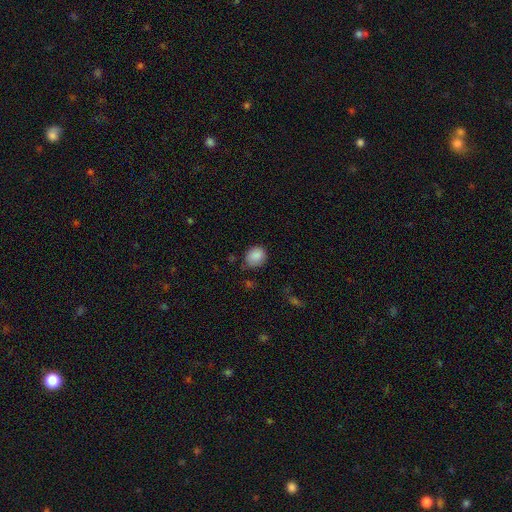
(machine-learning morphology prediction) The model was most divided on "how rounded": round: 63%, in between: 36%, cigar-shaped: 1%. More confident: smooth or featured — smooth (87%); merging — none (66%).